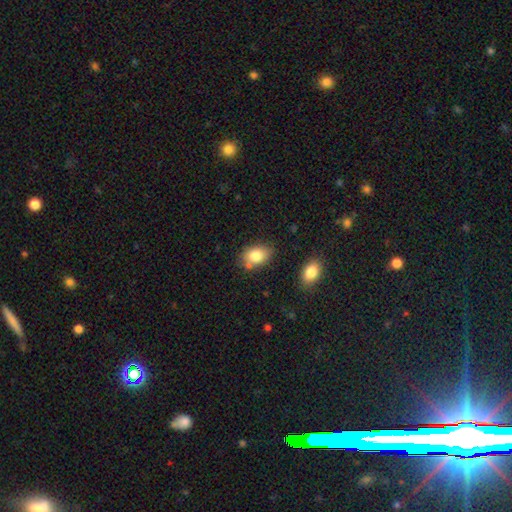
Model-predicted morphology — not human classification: type=smooth (81%); roundness=in between (80%); merging=none (70%).